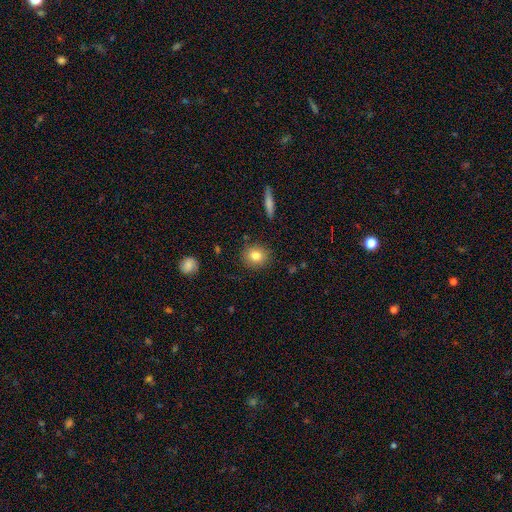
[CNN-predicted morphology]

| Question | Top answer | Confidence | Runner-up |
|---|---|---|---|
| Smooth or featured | smooth | 82% | star or artifact (9%) |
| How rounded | round | 73% | in between (25%) |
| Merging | none | 87% | minor disturbance (9%) |